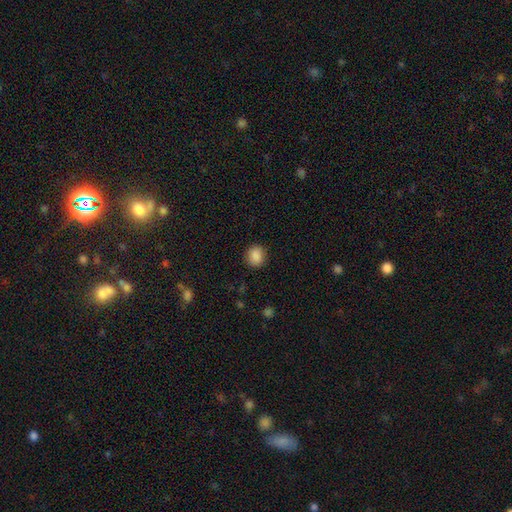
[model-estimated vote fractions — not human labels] Smooth or featured: smooth — 88% (star or artifact — 9%)
How rounded: round — 74% (in between — 25%)
Merging: none — 87% (minor disturbance — 9%)